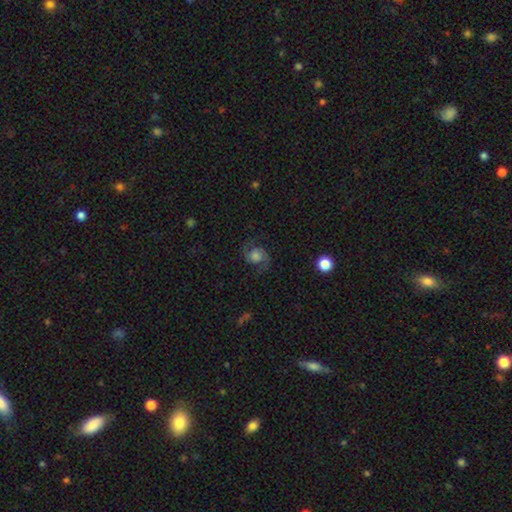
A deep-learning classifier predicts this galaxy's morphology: Overall: featured or disk (76%). Edge-on disk: no (98%). Bar: no (70%). Spiral arms: yes (96%). Spiral arm count: 2 (93%). Spiral winding: medium (52%; loose 34%). Bulge size: moderate (37%; large 31%). Merging: none (77%).